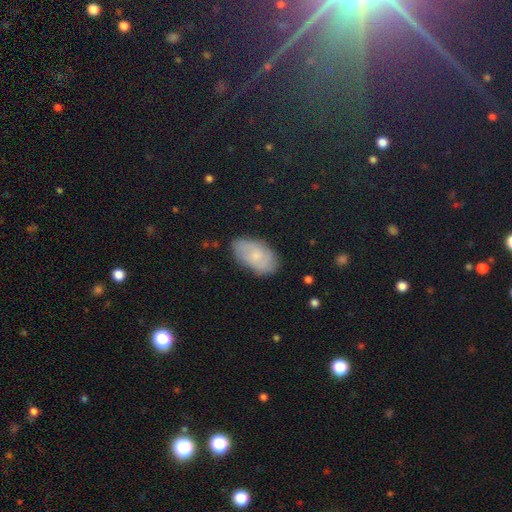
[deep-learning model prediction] Smooth or featured? Predicted: smooth (p=0.67). How rounded? Predicted: in between (p=0.94). Merging? Predicted: none (p=0.77).